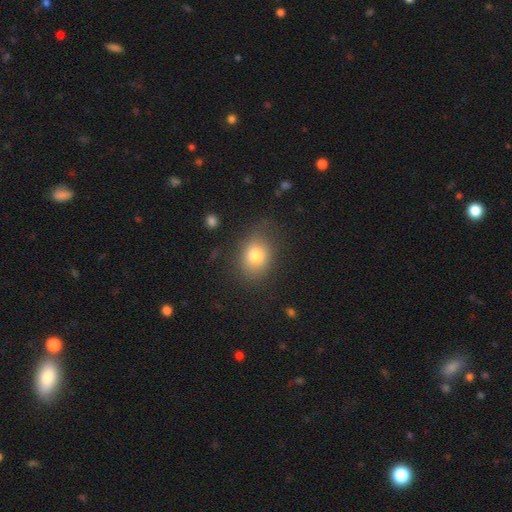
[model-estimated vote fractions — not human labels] A smooth galaxy with no disk features (77%) that is in between round and cigar-shaped (53%). Merging: none (70%).